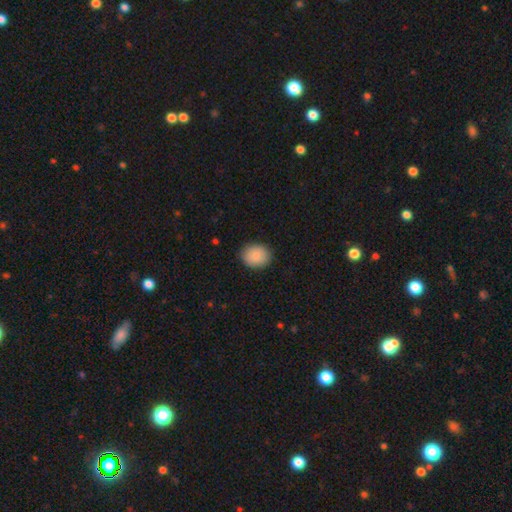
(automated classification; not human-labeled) A smooth galaxy with no disk features (87%) that is round (58%). Merging: none (88%).